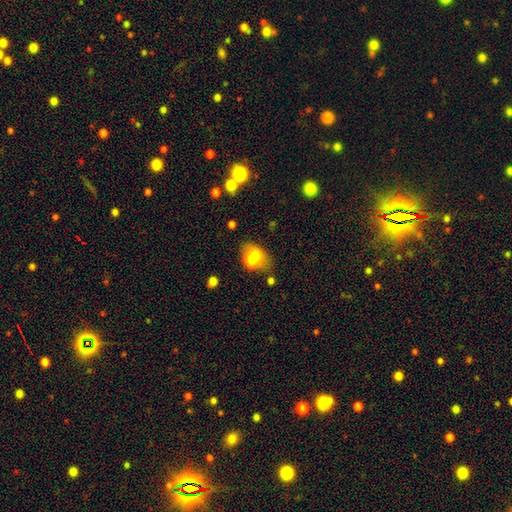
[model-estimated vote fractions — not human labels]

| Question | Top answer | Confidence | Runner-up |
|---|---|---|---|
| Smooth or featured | smooth | 68% | featured or disk (21%) |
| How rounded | in between | 65% | round (33%) |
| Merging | none | 36% | merger (27%) |